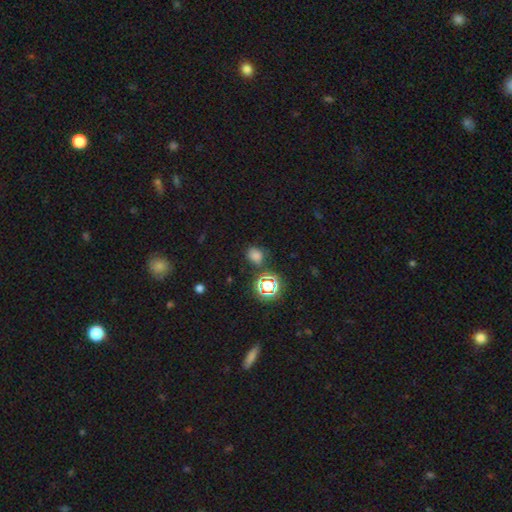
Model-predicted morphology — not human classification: Smooth or featured? Predicted: smooth (p=0.68). How rounded? Predicted: round (p=0.54). Merging? Predicted: none (p=0.75).